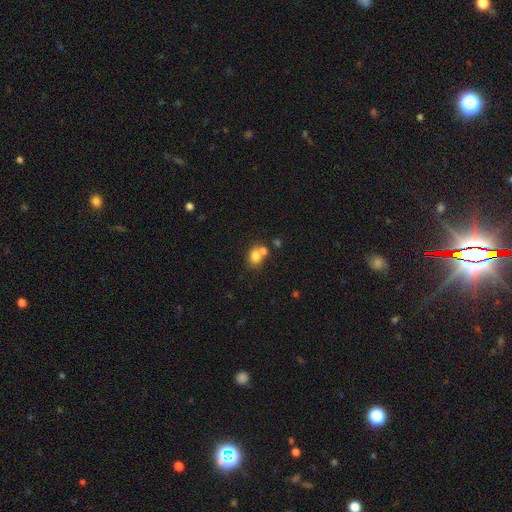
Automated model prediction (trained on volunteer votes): A smooth galaxy with no disk features (78%) that is round (52%). Merging: none (46%).